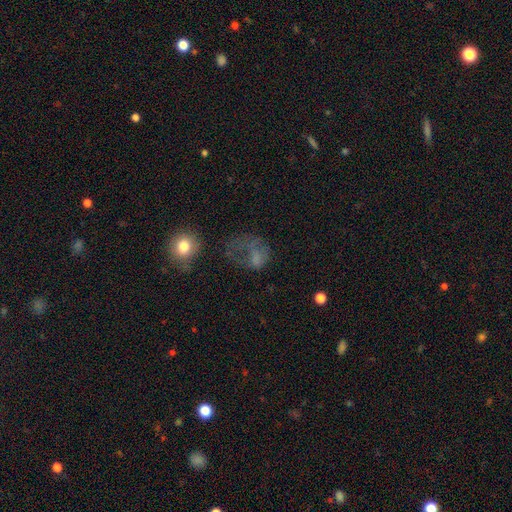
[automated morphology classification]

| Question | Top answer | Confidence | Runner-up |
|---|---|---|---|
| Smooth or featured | smooth | 54% | featured or disk (28%) |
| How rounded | in between | 56% | round (42%) |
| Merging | major disturbance | 53% | none (24%) |